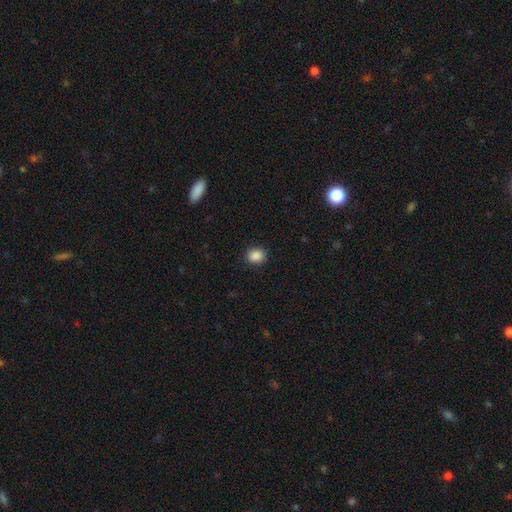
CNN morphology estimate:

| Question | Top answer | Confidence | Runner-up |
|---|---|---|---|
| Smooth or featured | smooth | 88% | star or artifact (9%) |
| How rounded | round | 71% | in between (29%) |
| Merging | none | 89% | minor disturbance (8%) |